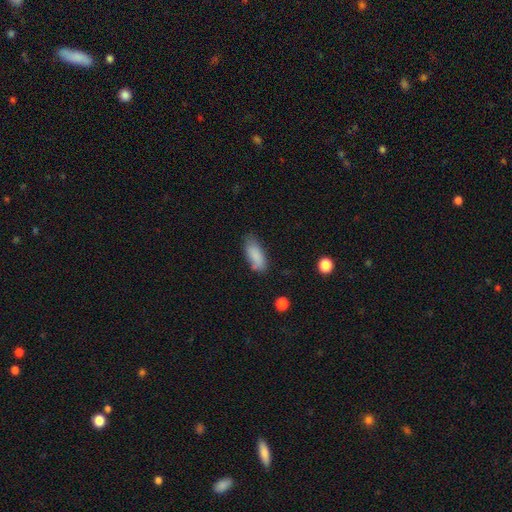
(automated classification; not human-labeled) This appears to be a smooth galaxy with no disk features (86%) that is in between round and cigar-shaped (77%). Merging: none (67%).